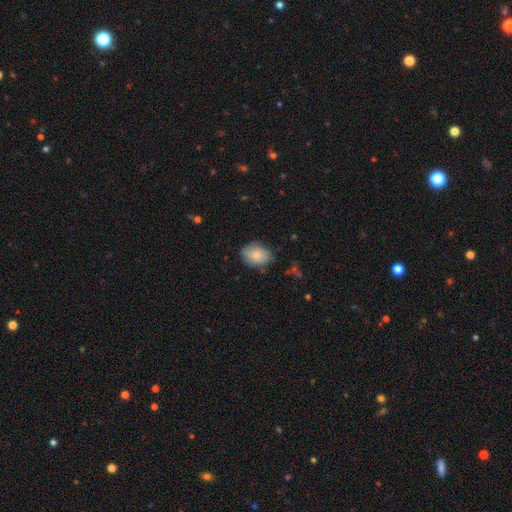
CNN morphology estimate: type=smooth (79%); roundness=in between (70%); merging=none (72%).